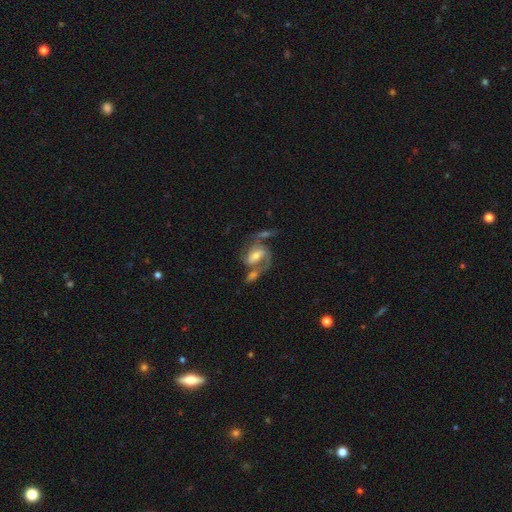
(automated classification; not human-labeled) This appears to be a featured or disk galaxy (77%) with a weak bar (43%), 2 (74%) medium (51%) spiral arms (90%) and a moderate central bulge (48%). Merging: merger (37%).